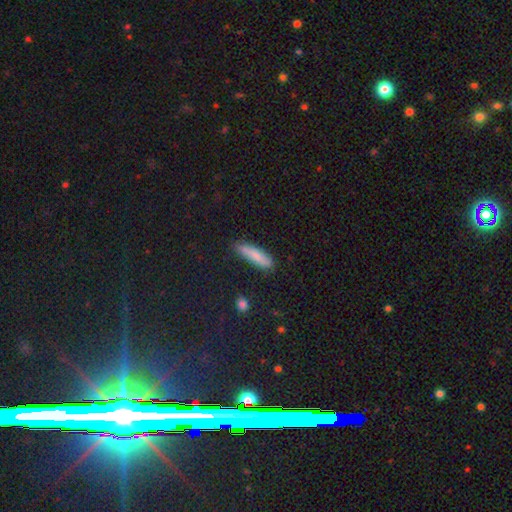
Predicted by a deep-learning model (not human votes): Smooth or featured: smooth — 80% (featured or disk — 13%)
How rounded: cigar-shaped — 77% (in between — 21%)
Merging: none — 82% (minor disturbance — 13%)